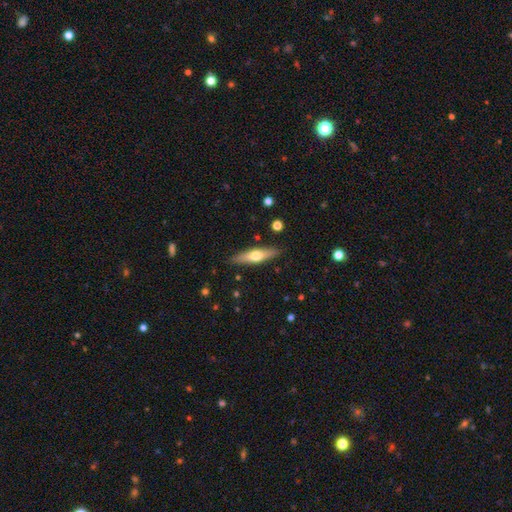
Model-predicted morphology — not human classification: A smooth galaxy with no disk features (48%). Merging: none (88%).